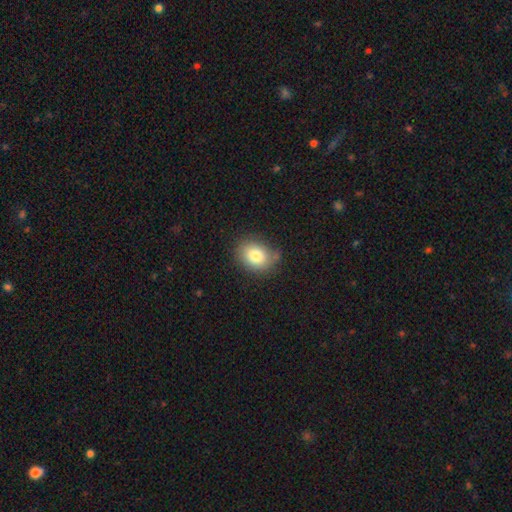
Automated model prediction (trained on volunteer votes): This appears to be a smooth galaxy with no disk features (81%) that is in between round and cigar-shaped (58%). Merging: none (76%).